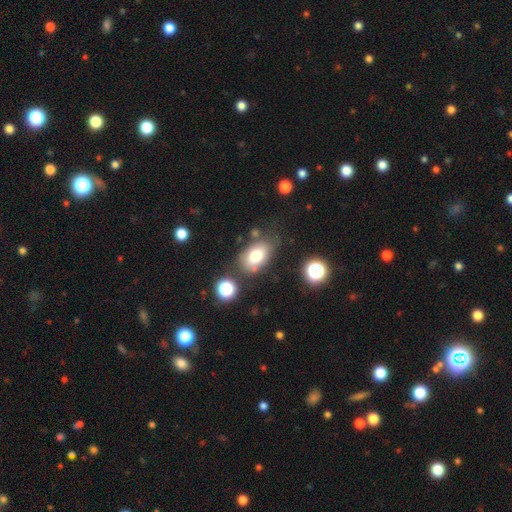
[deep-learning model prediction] A smooth galaxy with no disk features (75%) that is in between round and cigar-shaped (85%). Merging: none (64%).